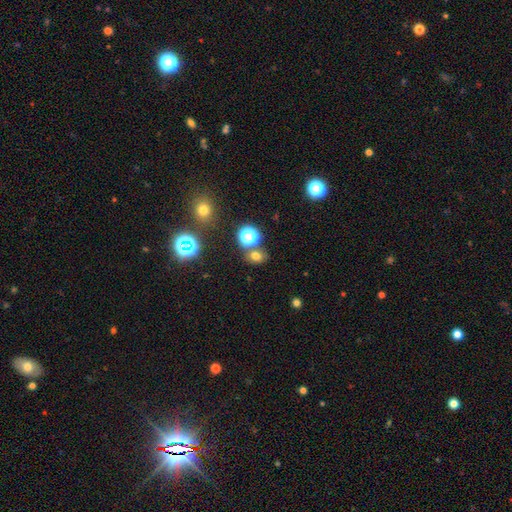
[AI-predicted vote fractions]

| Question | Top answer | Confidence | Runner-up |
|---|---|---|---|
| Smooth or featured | smooth | 67% | star or artifact (24%) |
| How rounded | round | 50% | in between (49%) |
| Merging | none | 71% | merger (15%) |